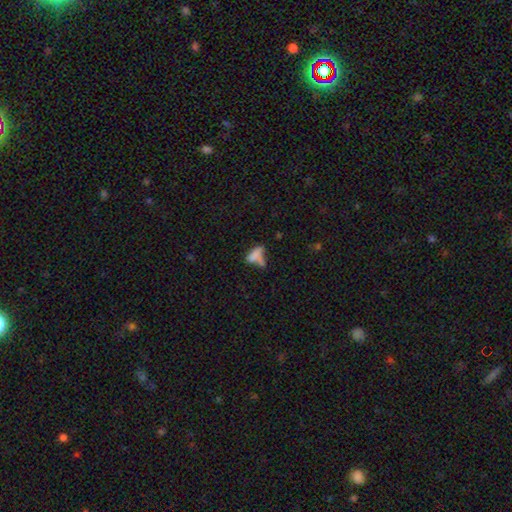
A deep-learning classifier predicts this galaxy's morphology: Smooth or featured: smooth — 67% (featured or disk — 19%)
How rounded: in between — 63% (cigar-shaped — 32%)
Merging: merger — 37% (none — 30%)